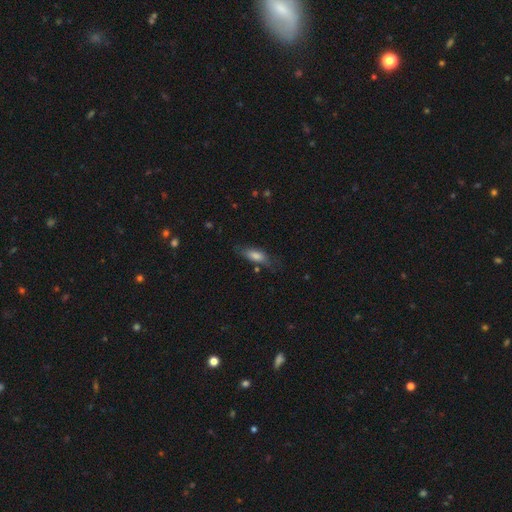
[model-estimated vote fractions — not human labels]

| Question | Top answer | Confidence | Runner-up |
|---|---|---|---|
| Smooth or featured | smooth | 62% | featured or disk (26%) |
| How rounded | in between | 55% | cigar-shaped (42%) |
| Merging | none | 69% | minor disturbance (20%) |